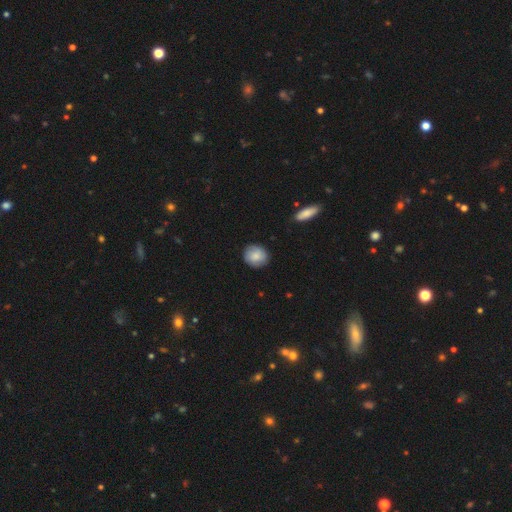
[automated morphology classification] Smooth or featured: smooth — 79% (featured or disk — 14%)
How rounded: round — 84% (in between — 15%)
Merging: none — 86% (minor disturbance — 11%)